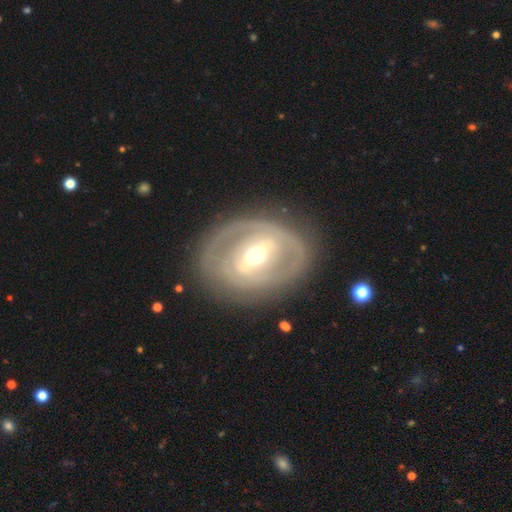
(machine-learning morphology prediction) Smooth or featured? featured or disk (80%)
Edge-on disk? no (94%)
Bar? strong (51%)
Spiral arms? yes (61%)
Bulge size? moderate (69%)
Merging? none (78%)